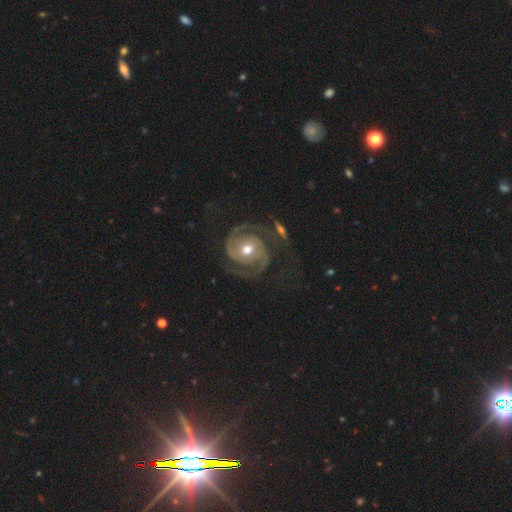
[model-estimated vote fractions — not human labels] Smooth or featured? Predicted: featured or disk (p=0.91). Edge-on disk? Predicted: no (p=0.98). Bar? Predicted: no (p=0.71). Spiral arms? Predicted: yes (p=0.98). Spiral winding? Predicted: tight (p=0.61). Spiral arm count? Predicted: 2 (p=0.88). Bulge size? Predicted: moderate (p=0.73). Merging? Predicted: none (p=0.73).